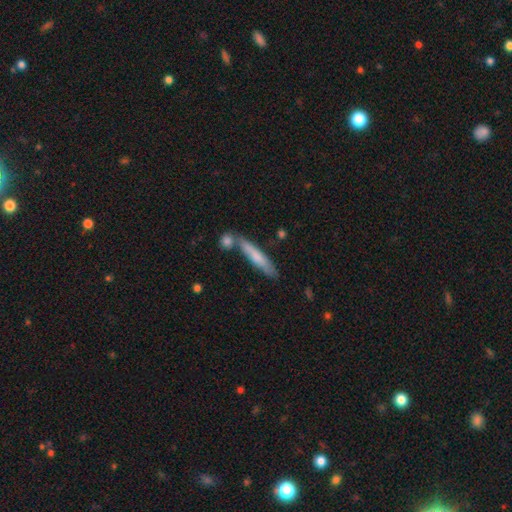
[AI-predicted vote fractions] The model was most divided on "smooth or featured": smooth: 65%, featured or disk: 29%, star or artifact: 6%. More confident: how rounded — cigar-shaped (90%); merging — none (70%).